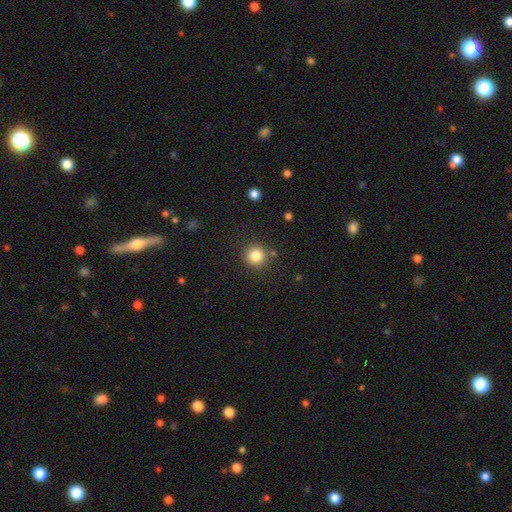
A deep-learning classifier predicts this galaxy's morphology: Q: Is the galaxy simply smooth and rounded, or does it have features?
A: smooth — 83%.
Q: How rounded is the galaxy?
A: round — 94%.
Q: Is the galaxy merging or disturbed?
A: none — 86%.